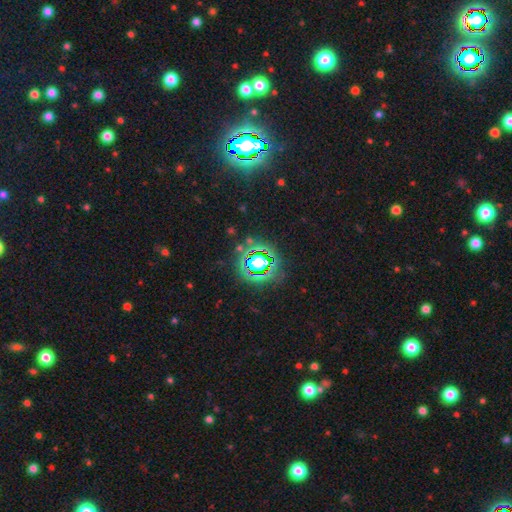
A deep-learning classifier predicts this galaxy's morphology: The model was most divided on "smooth or featured": star or artifact: 82%, smooth: 11%, featured or disk: 8%.